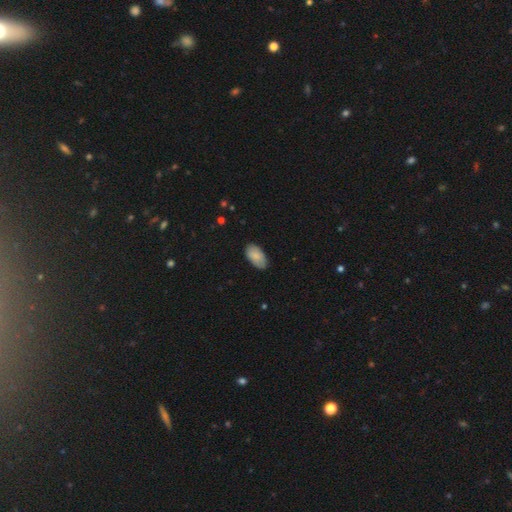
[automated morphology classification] Smooth or featured: smooth — 85% (featured or disk — 9%)
How rounded: in between — 95% (round — 3%)
Merging: none — 79% (minor disturbance — 17%)